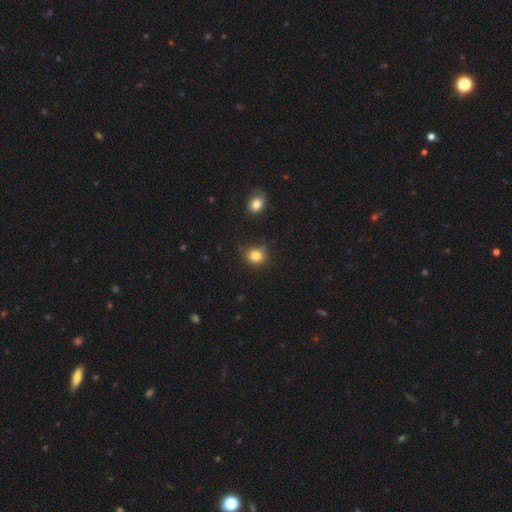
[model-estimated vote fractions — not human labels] Q: Smooth or featured?
A: smooth (83%); runner-up: star or artifact (11%)
Q: How rounded?
A: round (76%); runner-up: in between (23%)
Q: Merging?
A: none (78%); runner-up: minor disturbance (15%)